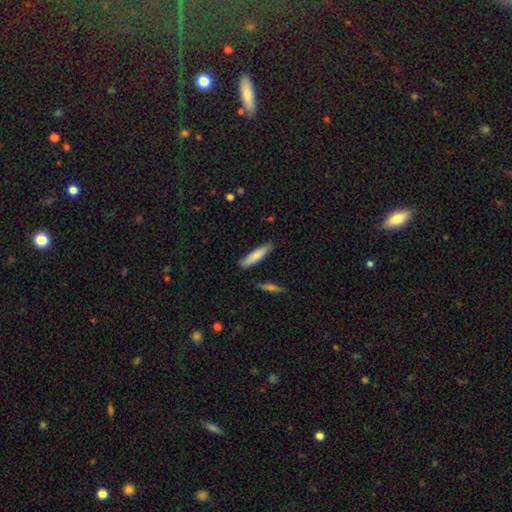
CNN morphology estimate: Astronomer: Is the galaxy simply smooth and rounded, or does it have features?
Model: smooth — 79%.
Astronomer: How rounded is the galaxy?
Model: cigar-shaped — 77%.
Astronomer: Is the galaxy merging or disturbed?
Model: none — 85%.